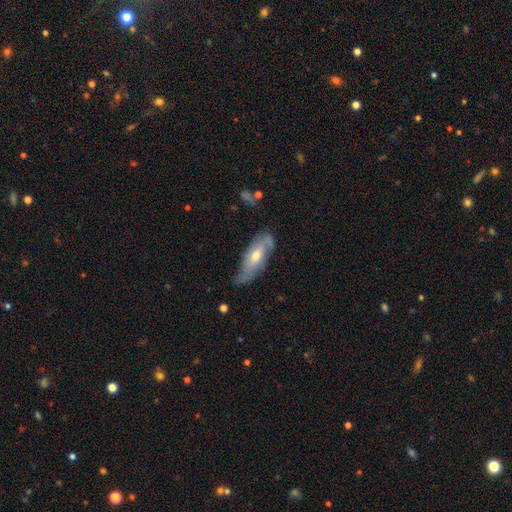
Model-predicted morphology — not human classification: This appears to be a featured or disk galaxy (56%). Merging: none (59%).